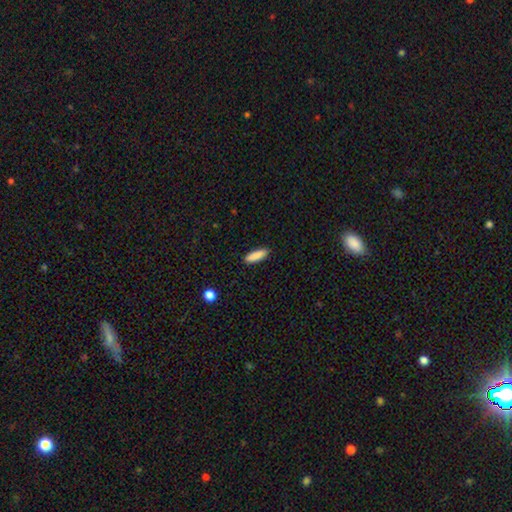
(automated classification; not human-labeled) The model was most divided on "how rounded": cigar-shaped: 55%, in between: 43%, round: 2%. More confident: merging — none (90%); smooth or featured — smooth (88%).